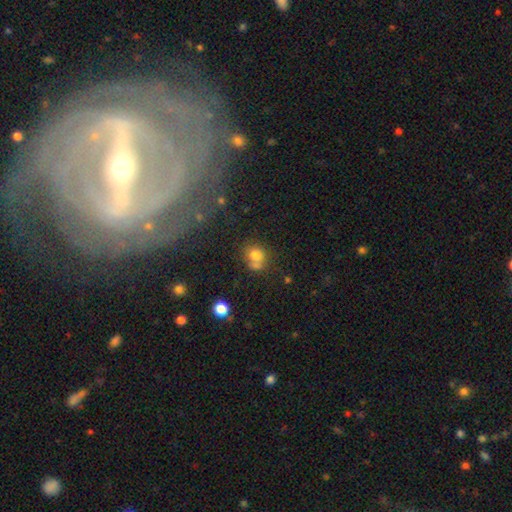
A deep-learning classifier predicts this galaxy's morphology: smooth 75%, star or artifact 13%, featured or disk 12%. Down the decision tree: how rounded — round (71%); merging — none (45%).